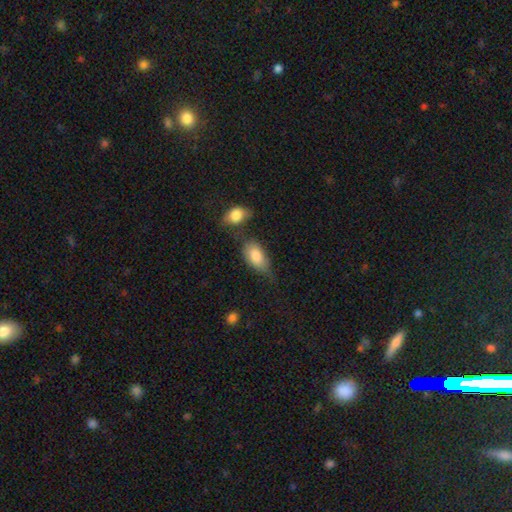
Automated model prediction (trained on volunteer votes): A smooth galaxy with no disk features (82%) that is in between round and cigar-shaped (91%).

Vote fractions:
- Smooth or featured? smooth: 82% / featured or disk: 11% / star or artifact: 7%
- How rounded? in between: 91% / round: 6% / cigar-shaped: 3%
- Merging? none: 43% / minor disturbance: 26% / merger: 21% / major disturbance: 10%